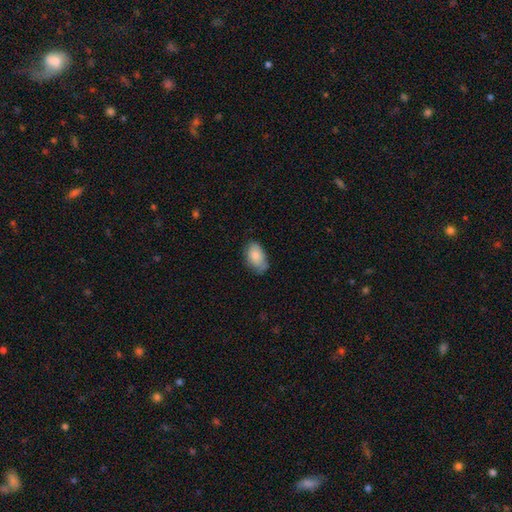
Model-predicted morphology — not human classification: Smooth or featured: smooth — 82% (featured or disk — 11%)
How rounded: in between — 91% (round — 8%)
Merging: none — 60% (minor disturbance — 31%)